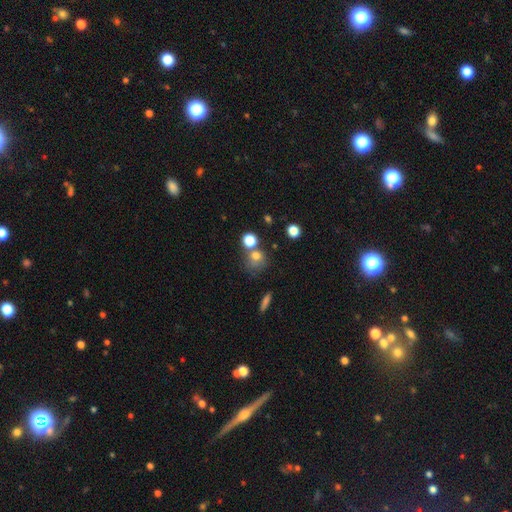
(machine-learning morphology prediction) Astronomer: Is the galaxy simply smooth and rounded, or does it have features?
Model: smooth — 73%.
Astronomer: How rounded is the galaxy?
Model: round — 81%.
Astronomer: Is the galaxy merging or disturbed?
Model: none — 52% (runner-up: merger, 29%).